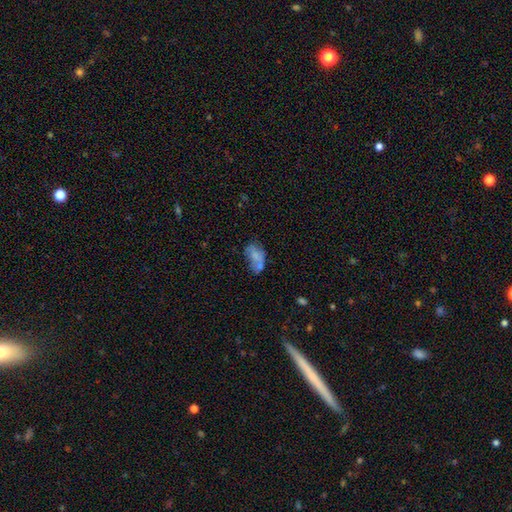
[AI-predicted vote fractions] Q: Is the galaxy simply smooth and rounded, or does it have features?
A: smooth — 61%.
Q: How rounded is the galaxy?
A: in between — 88%.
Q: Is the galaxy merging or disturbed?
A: merger — 34%.